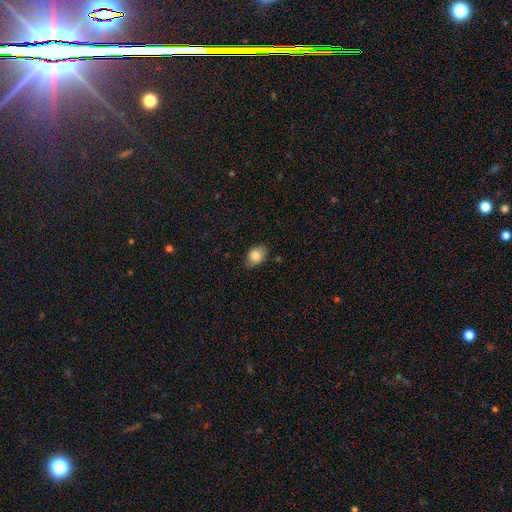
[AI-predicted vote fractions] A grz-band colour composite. It shows a smooth galaxy with no disk features (82%) that is in between round and cigar-shaped (80%). Merging: none (80%).